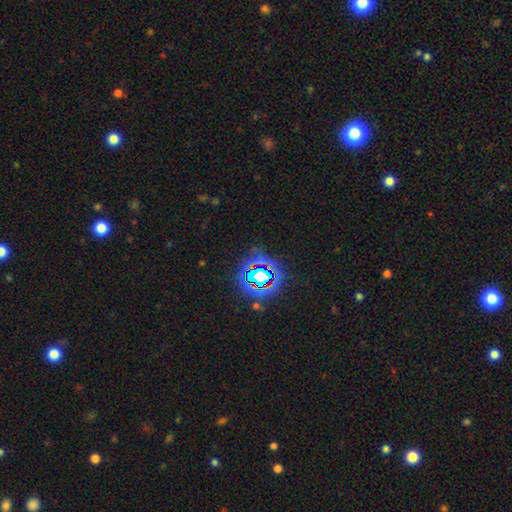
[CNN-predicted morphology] This appears to be a star or artifact, not a galaxy (78%).